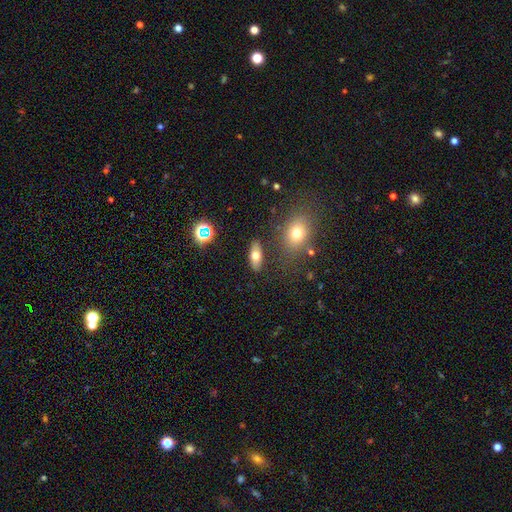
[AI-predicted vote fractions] This is likely a smooth galaxy (67%). How rounded: likely in between (78%). Merging: clearly none (84%).